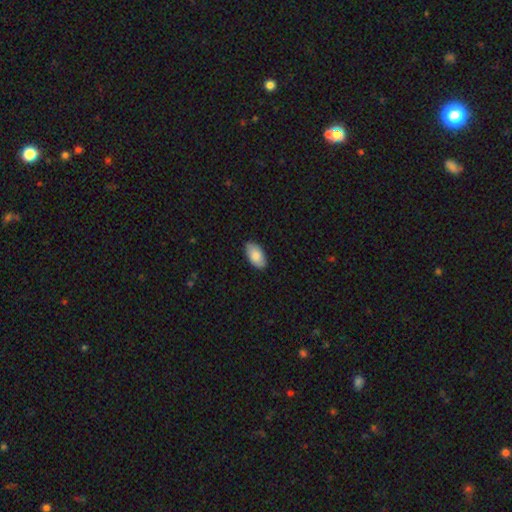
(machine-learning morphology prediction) Q: Smooth or featured?
A: smooth (85%); runner-up: featured or disk (9%)
Q: How rounded?
A: in between (95%); runner-up: round (2%)
Q: Merging?
A: none (87%); runner-up: minor disturbance (10%)